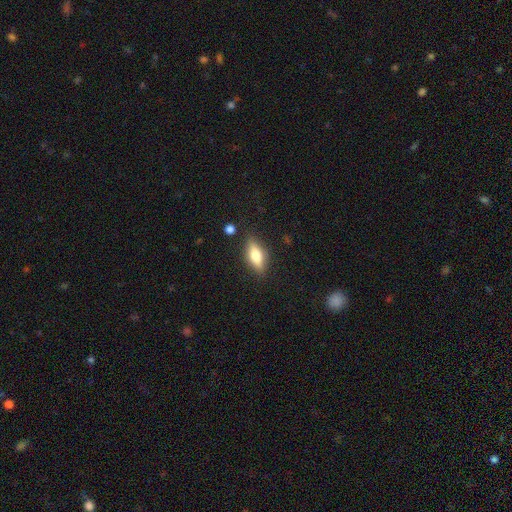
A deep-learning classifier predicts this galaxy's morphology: A smooth galaxy with no disk features (57%) that is in between round and cigar-shaped (65%). Merging: none (84%).